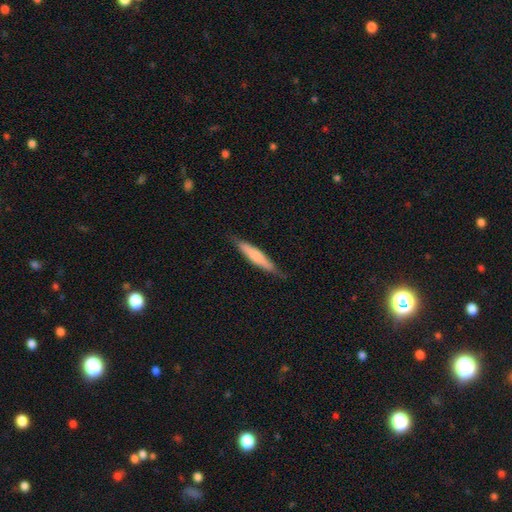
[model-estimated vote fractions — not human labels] smooth_or_featured: smooth (p=0.64) [alt: featured or disk p=0.30]
how_rounded: cigar-shaped (p=0.90) [alt: in between p=0.09]
merging: none (p=0.83) [alt: minor disturbance p=0.14]